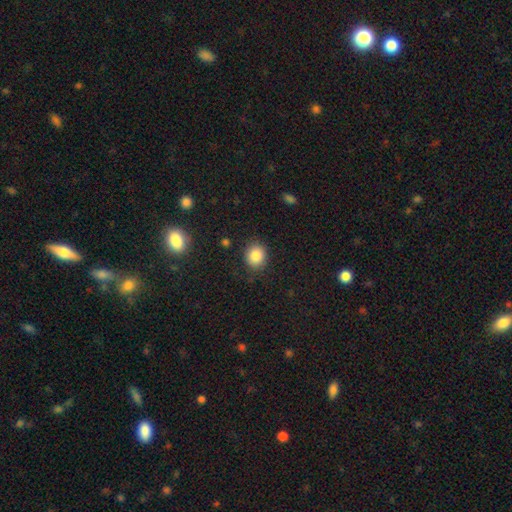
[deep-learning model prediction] Smooth or featured? smooth (85%)
How rounded? round (70%)
Merging? none (86%)